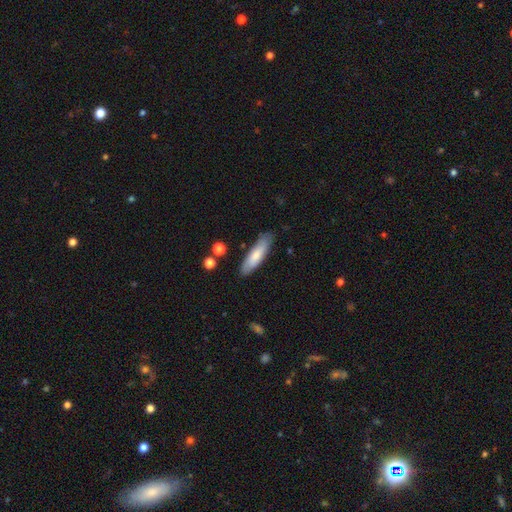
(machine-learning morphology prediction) type=smooth (75%); roundness=cigar-shaped (66%); merging=none (83%).